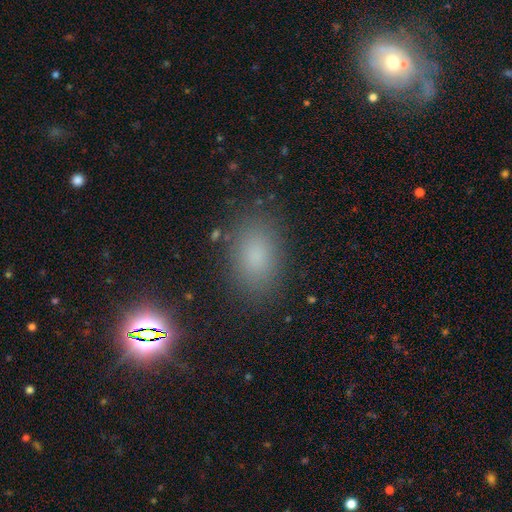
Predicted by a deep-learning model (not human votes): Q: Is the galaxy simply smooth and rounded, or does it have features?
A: smooth — 76%.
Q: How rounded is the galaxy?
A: in between — 86%.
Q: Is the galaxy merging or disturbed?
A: none — 84%.